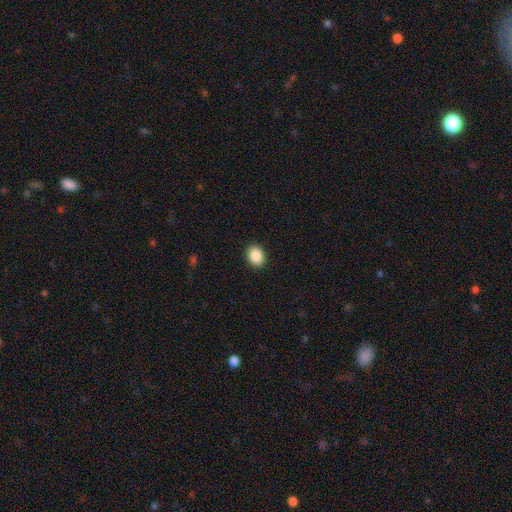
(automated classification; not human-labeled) Overall: smooth (88%). How rounded: in between (56%; round 43%). Merging: none (91%).